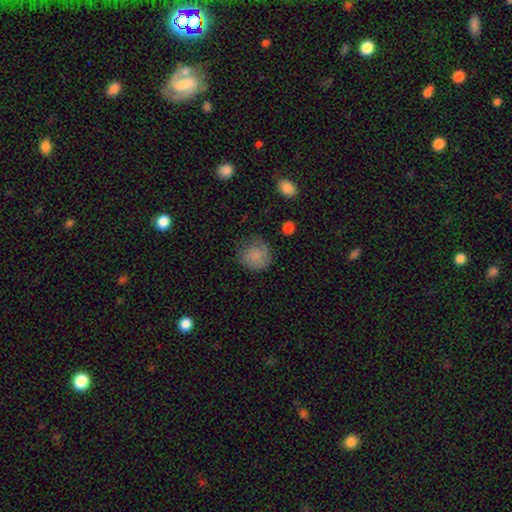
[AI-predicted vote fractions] smooth_or_featured: smooth (p=0.78) [alt: featured or disk p=0.13]
how_rounded: round (p=0.82) [alt: in between p=0.17]
merging: none (p=0.58) [alt: minor disturbance p=0.27]